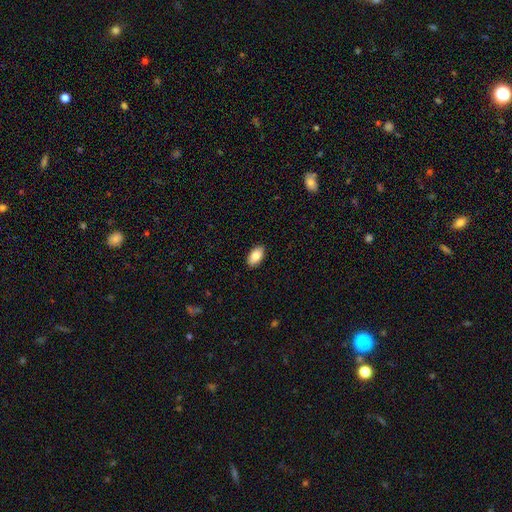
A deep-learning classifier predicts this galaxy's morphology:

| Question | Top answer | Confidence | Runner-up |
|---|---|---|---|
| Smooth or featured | smooth | 85% | featured or disk (8%) |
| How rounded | in between | 94% | round (4%) |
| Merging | none | 90% | minor disturbance (8%) |